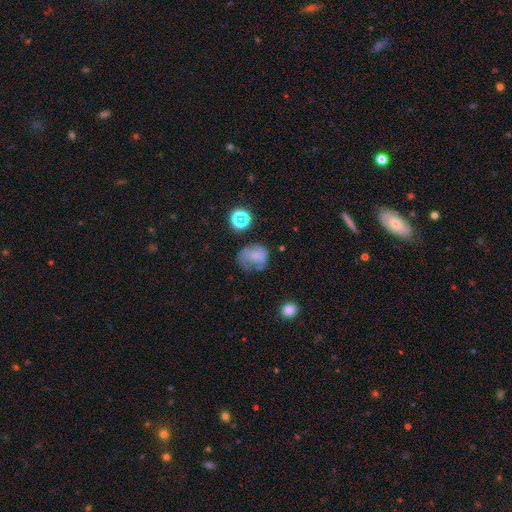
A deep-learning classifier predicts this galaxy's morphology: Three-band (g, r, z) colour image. It shows a smooth galaxy with no disk features (55%) that is round (60%). Merging: none (38%).